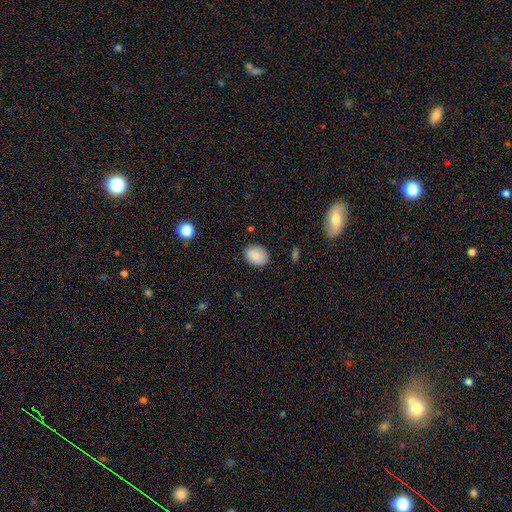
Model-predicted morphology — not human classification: A smooth galaxy with no disk features (89%) that is in between round and cigar-shaped (75%).

Vote fractions:
- Smooth or featured? smooth: 89% / star or artifact: 7% / featured or disk: 4%
- How rounded? in between: 75% / round: 24% / cigar-shaped: 1%
- Merging? none: 84% / minor disturbance: 12% / major disturbance: 3% / merger: 1%